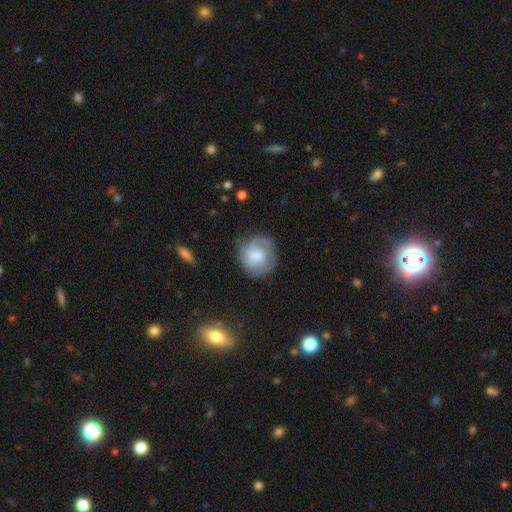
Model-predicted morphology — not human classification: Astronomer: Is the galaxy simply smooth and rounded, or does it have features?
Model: smooth — 47% (runner-up: featured or disk, 46%).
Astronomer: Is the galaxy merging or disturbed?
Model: none — 68%.